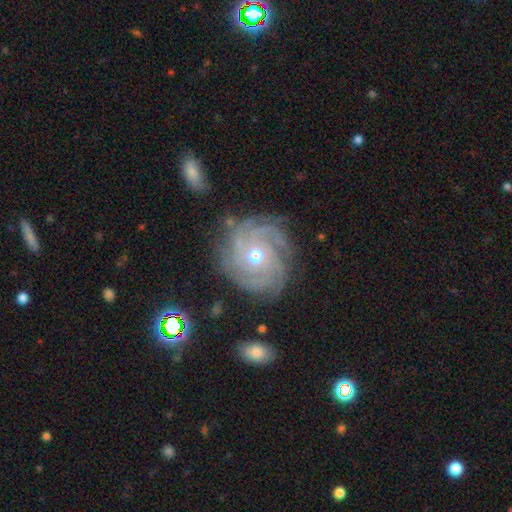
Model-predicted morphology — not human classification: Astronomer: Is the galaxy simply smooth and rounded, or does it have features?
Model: featured or disk — 85%.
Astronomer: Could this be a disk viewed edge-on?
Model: no — 97%.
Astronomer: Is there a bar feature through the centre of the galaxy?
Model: no — 78%.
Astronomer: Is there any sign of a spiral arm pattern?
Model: yes — 96%.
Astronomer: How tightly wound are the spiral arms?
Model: tight — 72%.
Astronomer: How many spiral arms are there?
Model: can't tell — 23%, tied with 4 at 23%.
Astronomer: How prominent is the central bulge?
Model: moderate — 55% (runner-up: small, 40%).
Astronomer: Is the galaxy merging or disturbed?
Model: none — 78%.